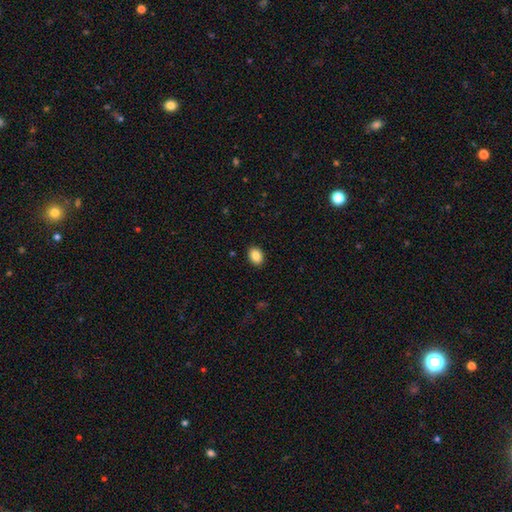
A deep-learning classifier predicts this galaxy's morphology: Q: Smooth or featured?
A: smooth (87%); runner-up: star or artifact (9%)
Q: How rounded?
A: in between (67%); runner-up: round (32%)
Q: Merging?
A: none (90%); runner-up: minor disturbance (7%)